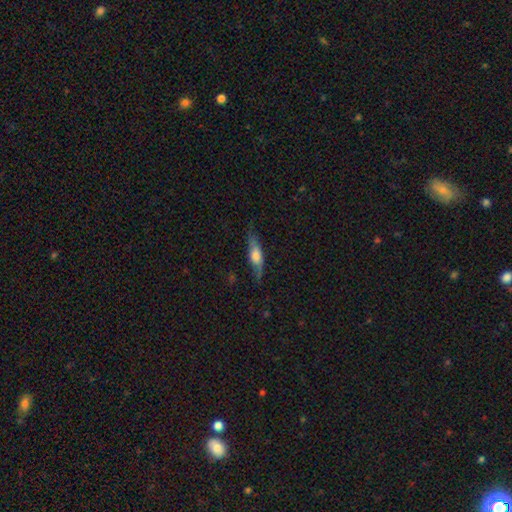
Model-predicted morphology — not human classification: A smooth galaxy with no disk features (49%). Merging: none (72%).